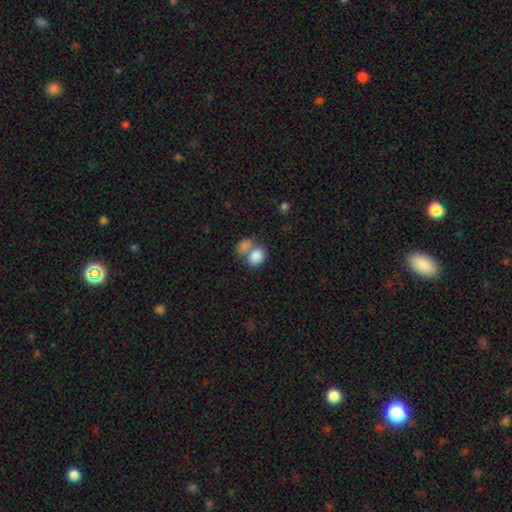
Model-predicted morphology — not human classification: Smooth or featured? Predicted: smooth (p=0.84). How rounded? Predicted: in between (p=0.54). Merging? Predicted: merger (p=0.55).